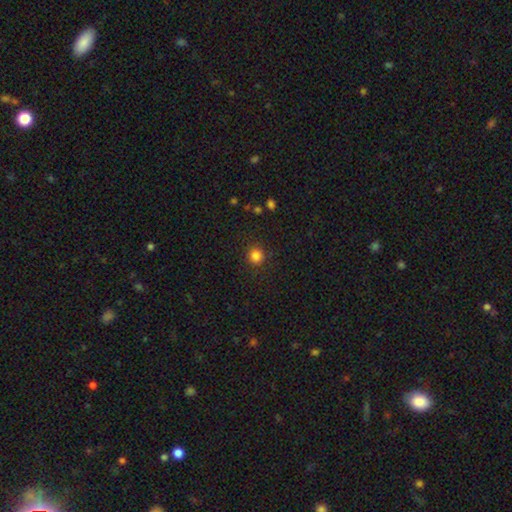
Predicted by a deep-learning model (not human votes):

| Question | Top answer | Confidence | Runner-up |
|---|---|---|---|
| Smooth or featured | smooth | 84% | star or artifact (12%) |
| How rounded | round | 92% | in between (7%) |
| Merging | none | 89% | minor disturbance (7%) |